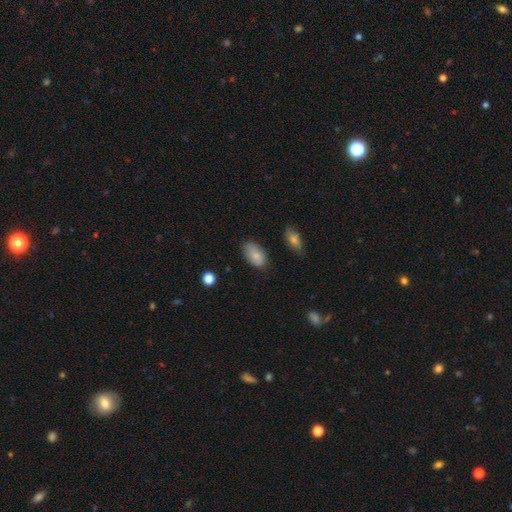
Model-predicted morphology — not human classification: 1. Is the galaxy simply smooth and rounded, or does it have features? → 81% smooth, 12% featured or disk, 7% star or artifact.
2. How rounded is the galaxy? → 94% in between, 5% round, 2% cigar-shaped.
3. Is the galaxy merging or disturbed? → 76% none, 19% minor disturbance, 3% major disturbance, 2% merger.